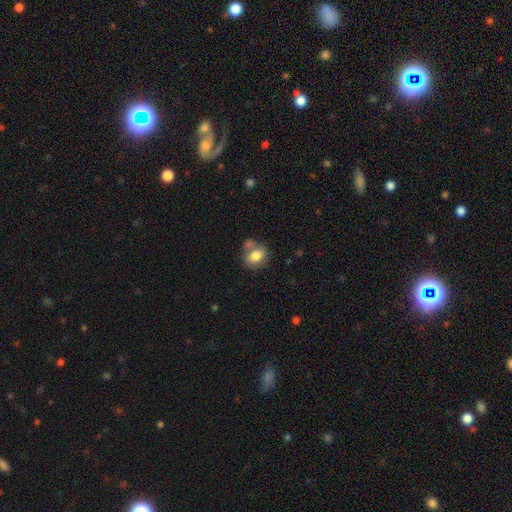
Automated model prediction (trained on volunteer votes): A smooth galaxy with no disk features (78%) that is in between round and cigar-shaped (58%). Merging: none (51%).